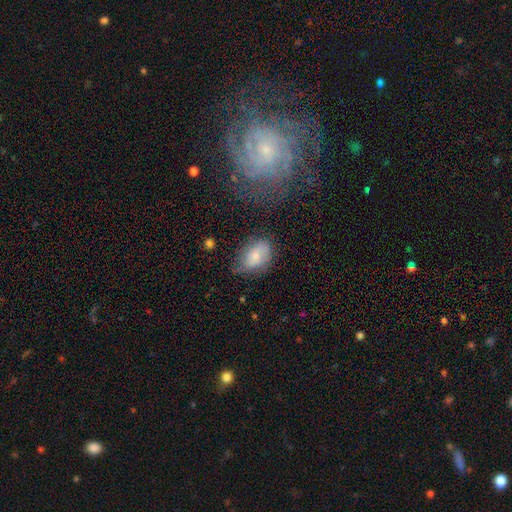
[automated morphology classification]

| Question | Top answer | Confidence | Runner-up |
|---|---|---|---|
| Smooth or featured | smooth | 65% | featured or disk (27%) |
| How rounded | in between | 85% | round (13%) |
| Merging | none | 48% | minor disturbance (36%) |